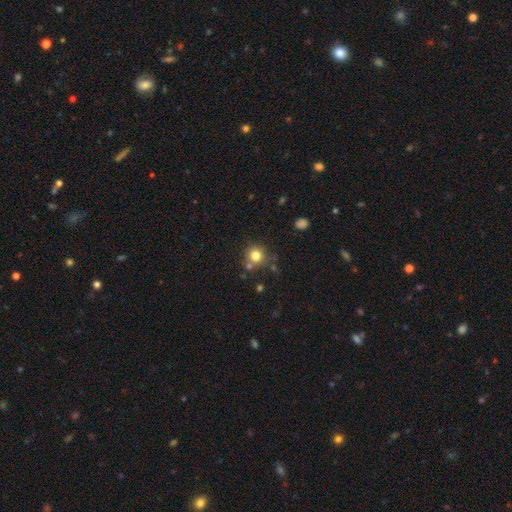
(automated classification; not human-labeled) Smooth or featured: smooth — 79% (star or artifact — 13%)
How rounded: round — 91% (in between — 8%)
Merging: none — 74% (minor disturbance — 11%)